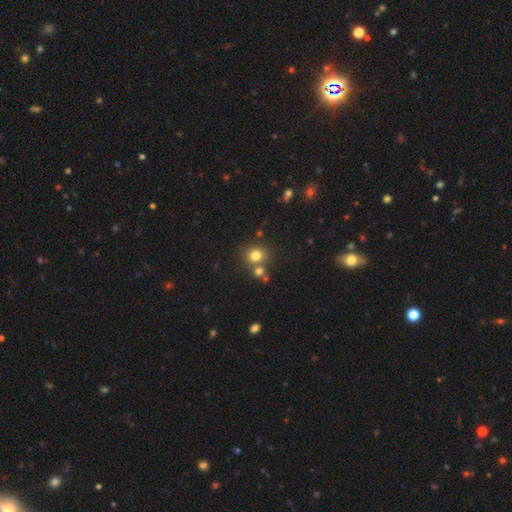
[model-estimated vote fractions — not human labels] smooth_or_featured: smooth (p=0.77) [alt: star or artifact p=0.15]
how_rounded: round (p=0.84) [alt: in between p=0.15]
merging: none (p=0.65) [alt: merger p=0.24]